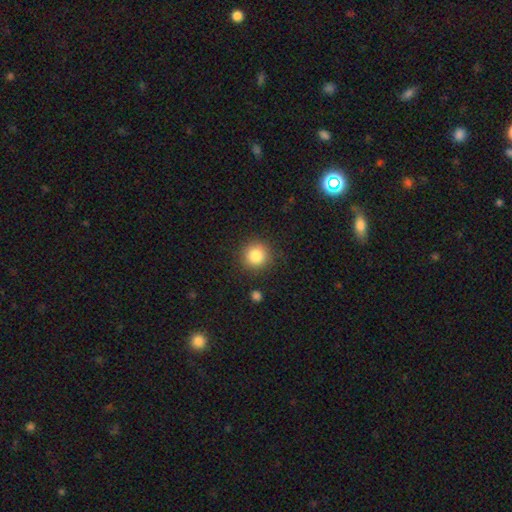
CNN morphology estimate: A smooth galaxy with no disk features (84%) that is round (94%).

Vote fractions:
- Smooth or featured? smooth: 84% / star or artifact: 10% / featured or disk: 6%
- How rounded? round: 94% / in between: 5% / cigar-shaped: 1%
- Merging? none: 87% / minor disturbance: 8% / major disturbance: 3% / merger: 2%